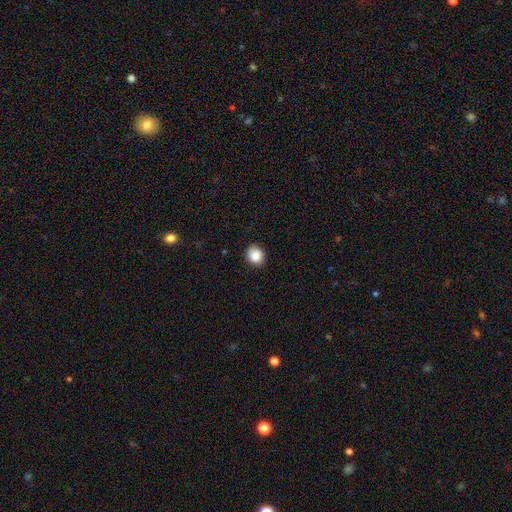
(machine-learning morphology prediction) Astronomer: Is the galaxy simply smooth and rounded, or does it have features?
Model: smooth — 87%.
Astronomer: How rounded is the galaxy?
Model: round — 77%.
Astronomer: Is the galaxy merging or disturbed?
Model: none — 85%.